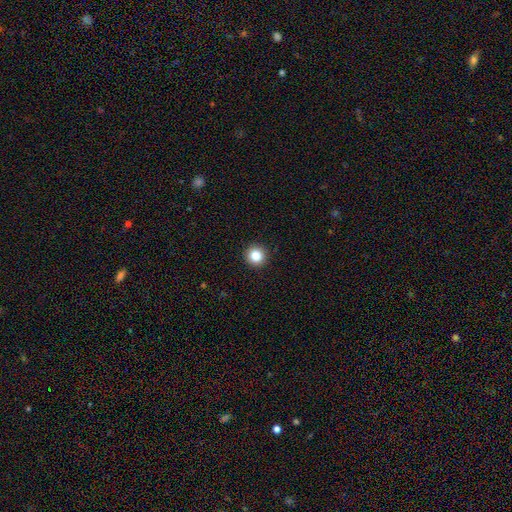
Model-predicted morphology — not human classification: A smooth galaxy with no disk features (85%) that is round (95%).

Vote fractions:
- Smooth or featured? smooth: 85% / star or artifact: 11% / featured or disk: 5%
- How rounded? round: 95% / in between: 4% / cigar-shaped: 1%
- Merging? none: 93% / minor disturbance: 5% / major disturbance: 2% / merger: 1%